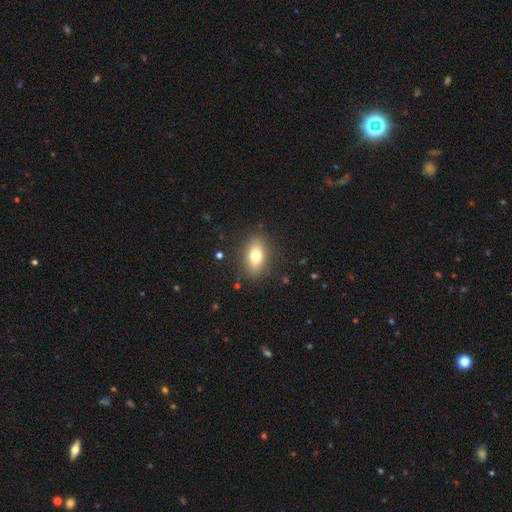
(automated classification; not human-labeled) A smooth galaxy with no disk features (75%) that is in between round and cigar-shaped (83%).

Vote fractions:
- Smooth or featured? smooth: 75% / featured or disk: 17% / star or artifact: 9%
- How rounded? in between: 83% / round: 11% / cigar-shaped: 6%
- Merging? none: 86% / minor disturbance: 10% / major disturbance: 3% / merger: 1%